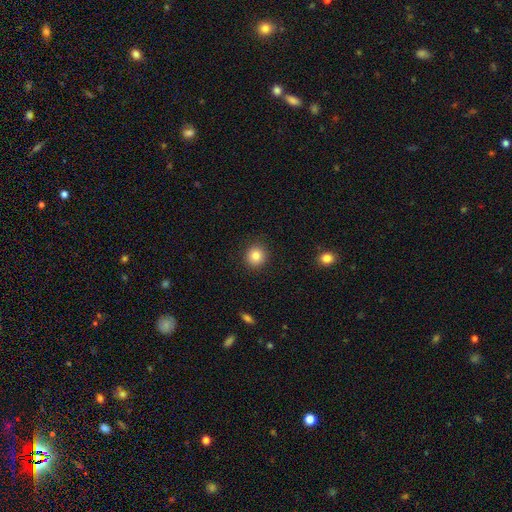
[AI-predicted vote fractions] This is clearly a smooth galaxy (83%). How rounded: clearly round (90%). Merging: clearly none (91%).